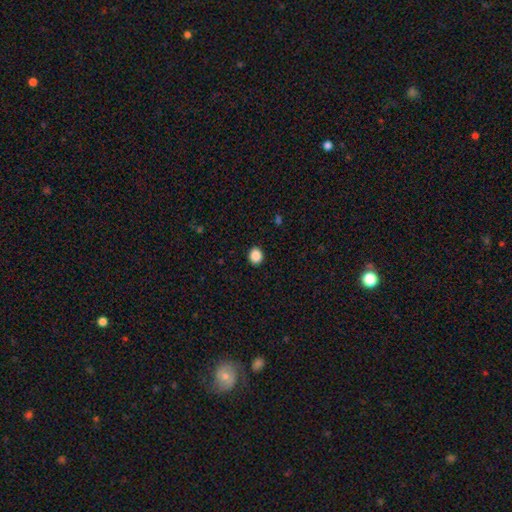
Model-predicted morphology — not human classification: Smooth or featured?
  - smooth: 88% *
  - star or artifact: 9%
  - featured or disk: 3%
How rounded?
  - round: 72% *
  - in between: 27%
  - cigar-shaped: 1%
Merging?
  - none: 92% *
  - minor disturbance: 5%
  - major disturbance: 2%
  - merger: 1%